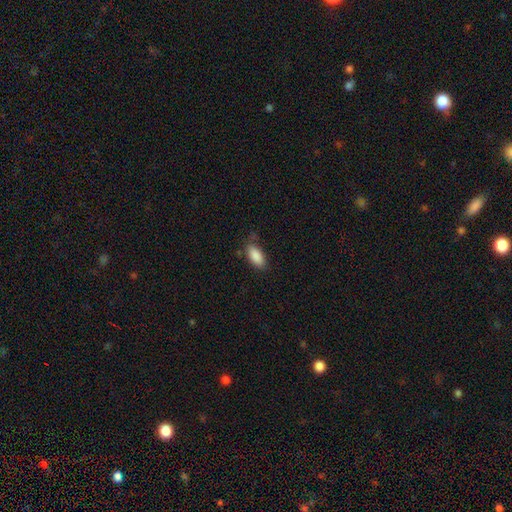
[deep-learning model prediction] Smooth or featured?
  - smooth: 88% *
  - star or artifact: 7%
  - featured or disk: 5%
How rounded?
  - in between: 89% *
  - cigar-shaped: 9%
  - round: 2%
Merging?
  - none: 71% *
  - minor disturbance: 22%
  - major disturbance: 5%
  - merger: 2%